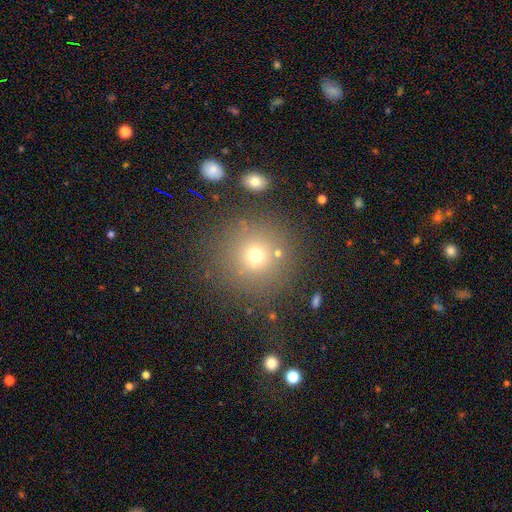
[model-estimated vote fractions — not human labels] Smooth or featured: smooth — 69% (star or artifact — 20%)
How rounded: round — 93% (in between — 6%)
Merging: none — 82% (minor disturbance — 8%)